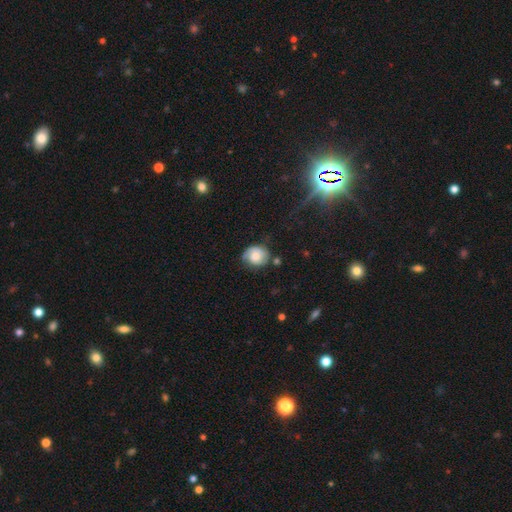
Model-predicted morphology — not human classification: The model was most divided on "smooth or featured": smooth: 54%, featured or disk: 37%, star or artifact: 9%. More confident: how rounded — round (70%); merging — none (60%).